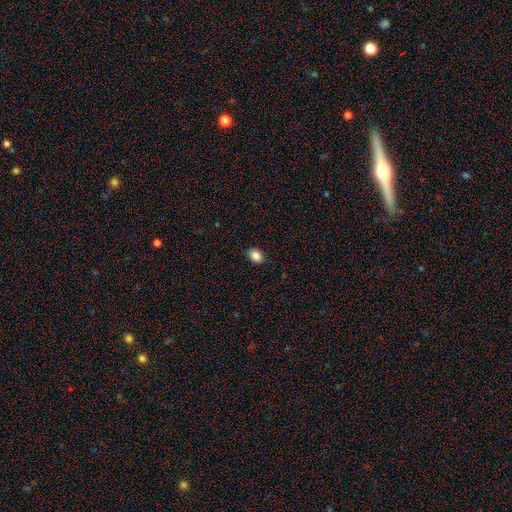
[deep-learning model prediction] The model was most divided on "how rounded": in between: 62%, round: 37%, cigar-shaped: 1%. More confident: merging — none (88%); smooth or featured — smooth (86%).